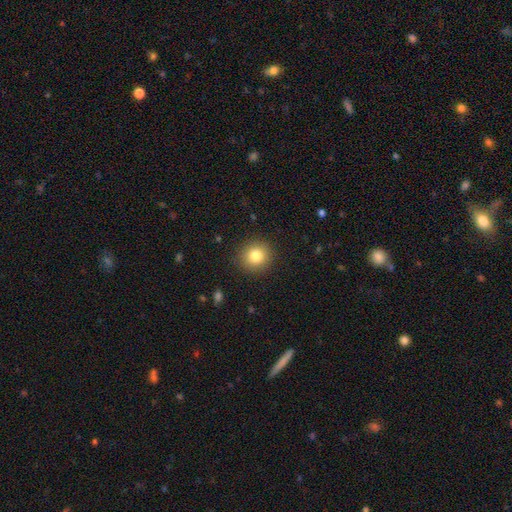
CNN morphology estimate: A smooth galaxy with no disk features (82%) that is round (89%). Merging: none (90%).